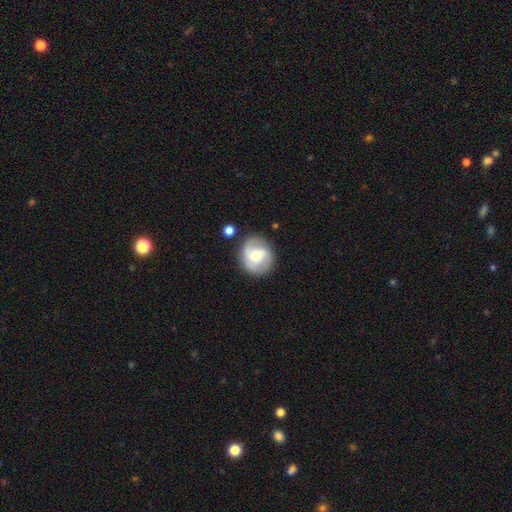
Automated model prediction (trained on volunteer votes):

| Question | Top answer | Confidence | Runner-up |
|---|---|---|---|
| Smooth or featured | featured or disk | 64% | smooth (29%) |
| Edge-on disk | no | 97% | yes (3%) |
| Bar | no | 45% | weak (41%) |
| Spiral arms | yes | 87% | no (13%) |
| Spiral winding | medium | 44% | tight (32%) |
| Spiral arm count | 2 | 54% | 3 (23%) |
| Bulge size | moderate | 63% | small (30%) |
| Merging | none | 80% | minor disturbance (12%) |